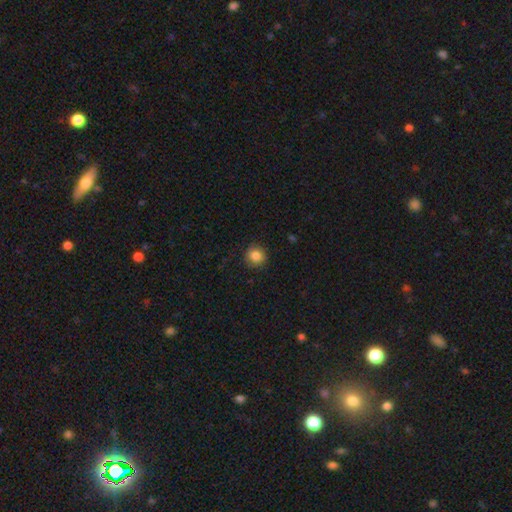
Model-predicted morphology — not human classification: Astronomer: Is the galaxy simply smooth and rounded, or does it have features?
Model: smooth — 85%.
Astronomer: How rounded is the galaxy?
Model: round — 90%.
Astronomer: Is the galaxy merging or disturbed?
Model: none — 87%.